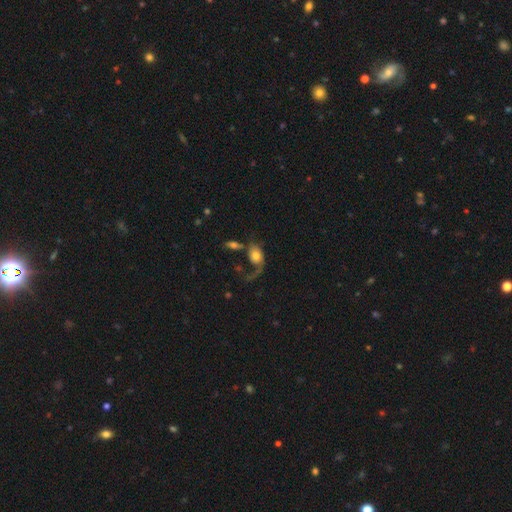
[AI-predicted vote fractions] A featured or disk galaxy (47%). Merging: major disturbance (43%).